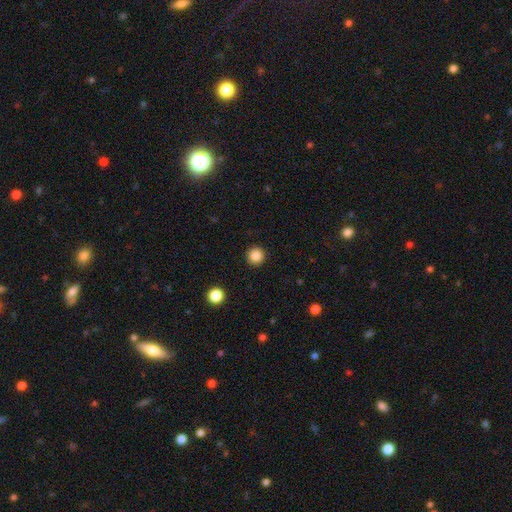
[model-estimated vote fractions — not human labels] Smooth or featured? Predicted: smooth (p=0.85). How rounded? Predicted: round (p=0.96). Merging? Predicted: none (p=0.93).